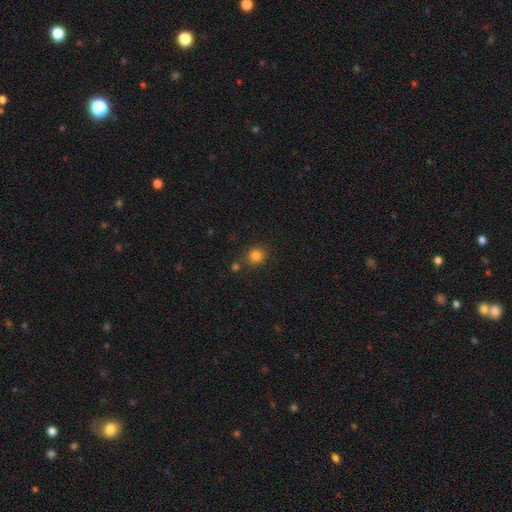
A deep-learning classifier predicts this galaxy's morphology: Overall: smooth (83%). How rounded: round (84%). Merging: none (80%).